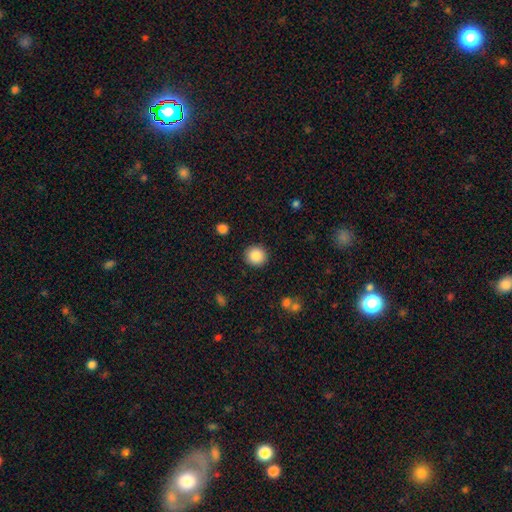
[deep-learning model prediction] smooth 85%, star or artifact 9%, featured or disk 6%. Down the decision tree: how rounded — round (92%); merging — none (91%).